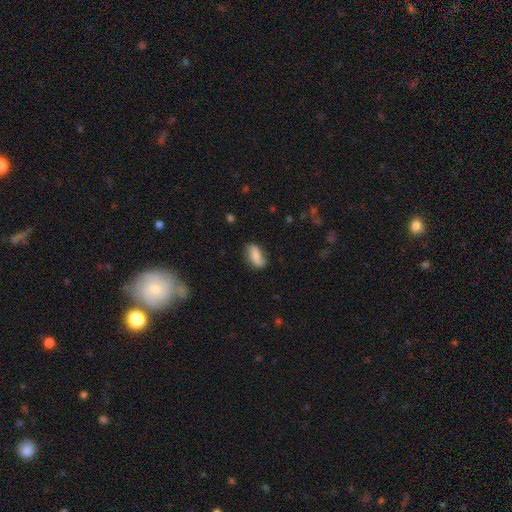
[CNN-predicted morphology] Smooth or featured? smooth (60%)
How rounded? in between (85%)
Merging? none (73%)